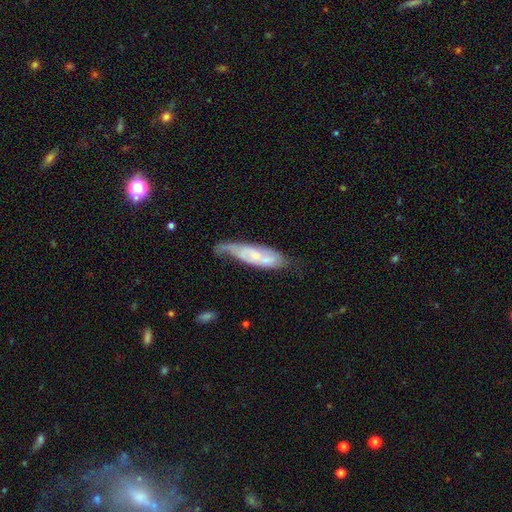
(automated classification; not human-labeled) Smooth or featured? Predicted: featured or disk (p=0.60). Edge-on disk? Predicted: no (p=0.75). Merging? Predicted: none (p=0.41).